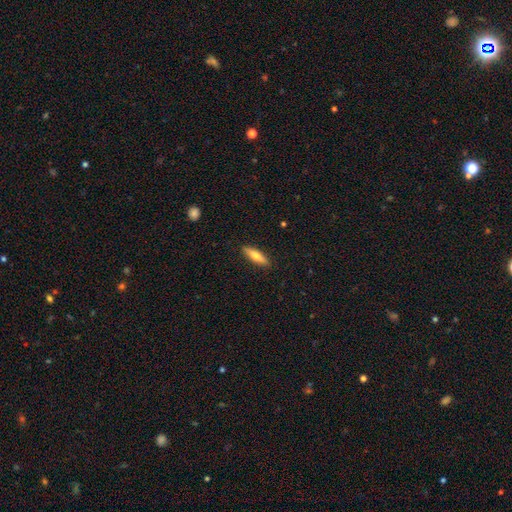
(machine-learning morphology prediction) smooth_or_featured: smooth (p=0.68) [alt: featured or disk p=0.26]
how_rounded: cigar-shaped (p=0.67) [alt: in between p=0.31]
merging: none (p=0.89) [alt: minor disturbance p=0.08]